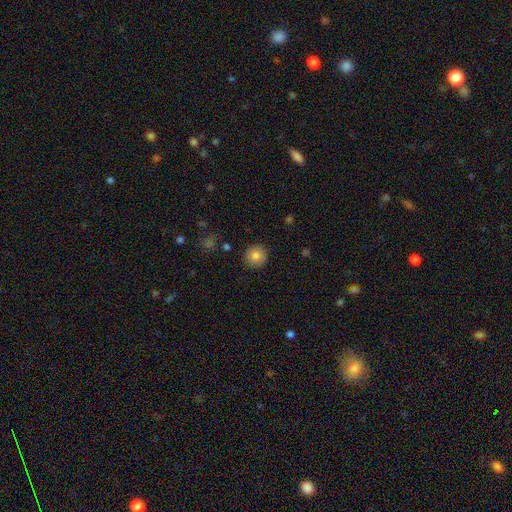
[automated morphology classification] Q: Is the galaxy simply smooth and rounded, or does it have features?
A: smooth — 84%.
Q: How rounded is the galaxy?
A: round — 94%.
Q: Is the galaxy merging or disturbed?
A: none — 90%.